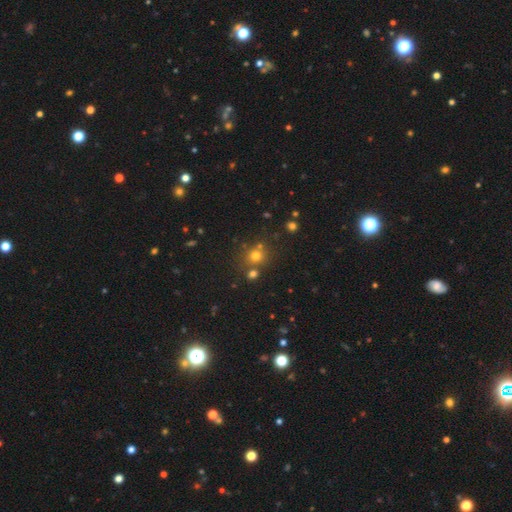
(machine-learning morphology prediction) smooth_or_featured: smooth (p=0.70) [alt: star or artifact p=0.21]
how_rounded: round (p=0.85) [alt: in between p=0.14]
merging: none (p=0.70) [alt: merger p=0.18]